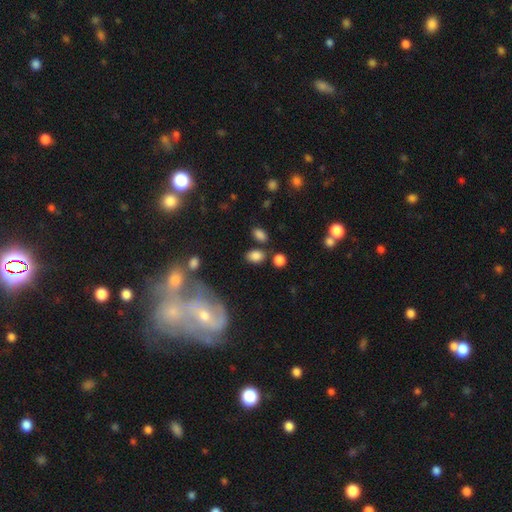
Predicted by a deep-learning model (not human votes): smooth_or_featured: smooth (p=0.83) [alt: star or artifact p=0.10]
how_rounded: in between (p=0.83) [alt: round p=0.15]
merging: none (p=0.74) [alt: minor disturbance p=0.12]